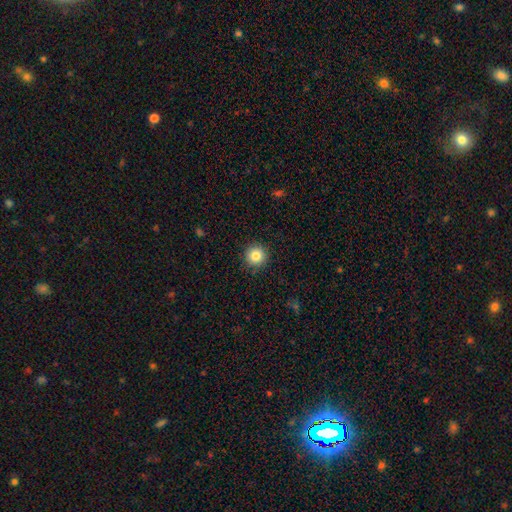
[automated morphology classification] Smooth or featured? Predicted: smooth (p=0.85). How rounded? Predicted: round (p=0.95). Merging? Predicted: none (p=0.92).